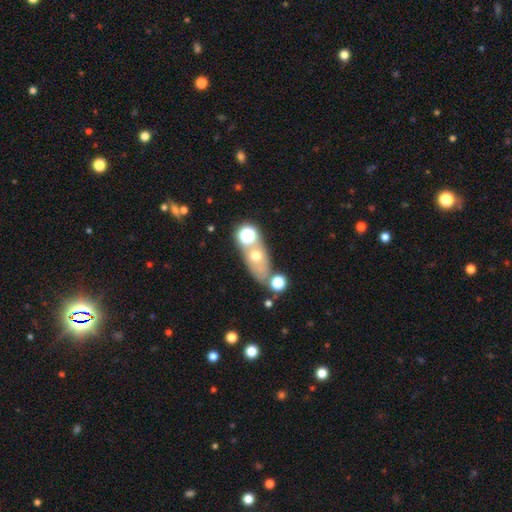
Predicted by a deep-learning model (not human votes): A smooth galaxy with no disk features (51%) that is in between round and cigar-shaped (69%). Merging: none (53%).